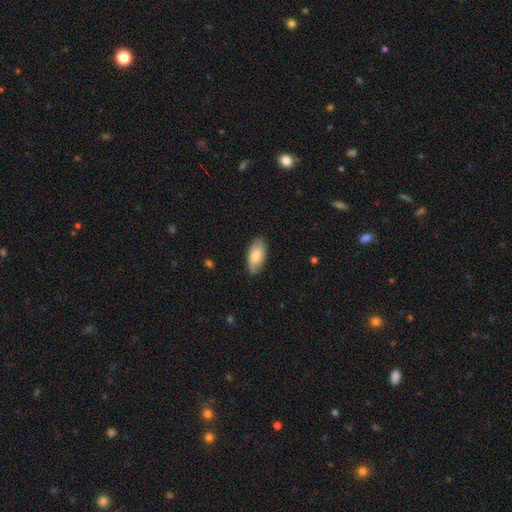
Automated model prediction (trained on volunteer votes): Smooth or featured: smooth — 72% (featured or disk — 23%)
How rounded: in between — 92% (cigar-shaped — 5%)
Merging: none — 83% (minor disturbance — 14%)